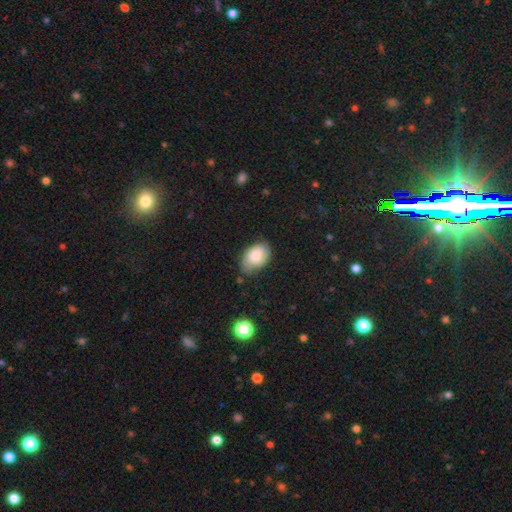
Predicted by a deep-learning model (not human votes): Overall: smooth (77%). How rounded: in between (85%). Merging: none (60%; minor disturbance 32%).